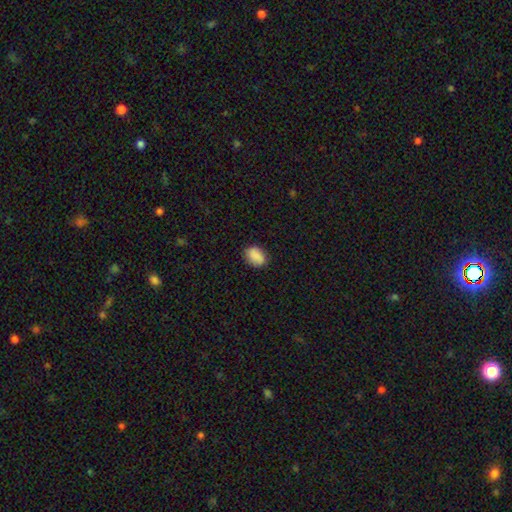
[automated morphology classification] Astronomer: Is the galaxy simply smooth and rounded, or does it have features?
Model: smooth — 88%.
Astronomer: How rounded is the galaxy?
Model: in between — 79%.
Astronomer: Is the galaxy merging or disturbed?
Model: none — 83%.